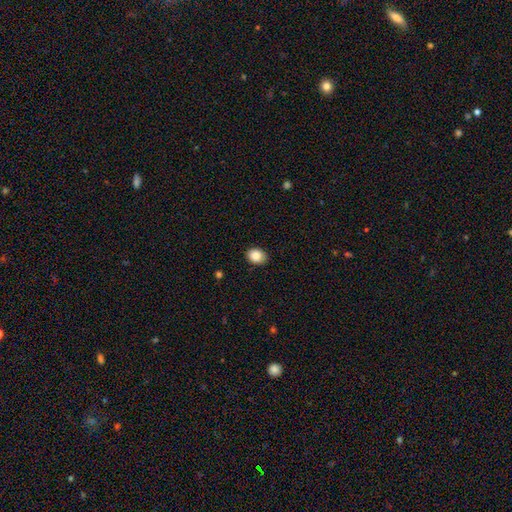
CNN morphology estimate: smooth 88%, star or artifact 9%, featured or disk 4%. Down the decision tree: how rounded — in between (55%); merging — none (83%).